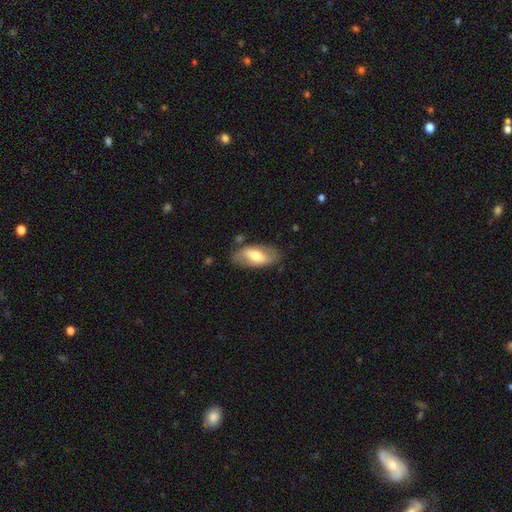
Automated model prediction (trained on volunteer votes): smooth 52%, featured or disk 42%, star or artifact 6%. Down the decision tree: how rounded — in between (89%); merging — none (76%).